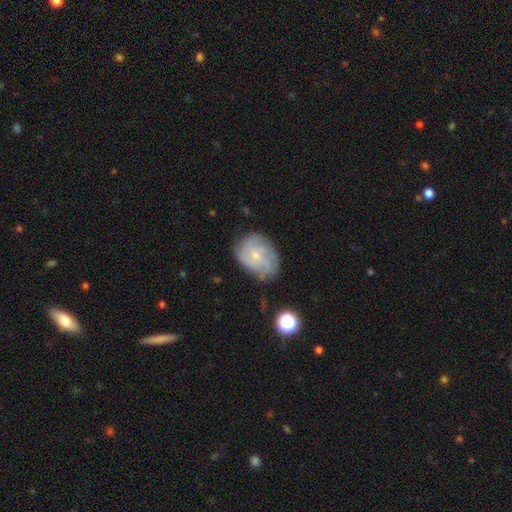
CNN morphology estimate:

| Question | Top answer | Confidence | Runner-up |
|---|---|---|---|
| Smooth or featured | featured or disk | 68% | smooth (23%) |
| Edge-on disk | no | 97% | yes (3%) |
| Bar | no | 70% | weak (27%) |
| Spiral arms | yes | 91% | no (9%) |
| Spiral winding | tight | 49% | medium (38%) |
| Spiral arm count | can't tell | 34% | 4 (23%) |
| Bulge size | small | 73% | moderate (22%) |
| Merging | none | 68% | minor disturbance (22%) |